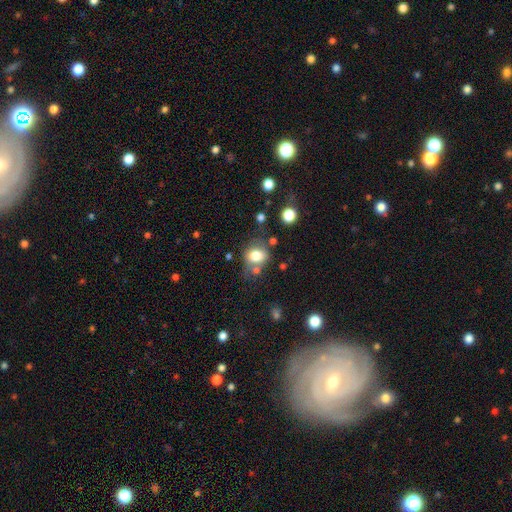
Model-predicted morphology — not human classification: type=smooth (76%); roundness=round (58%); merging=none (59%).